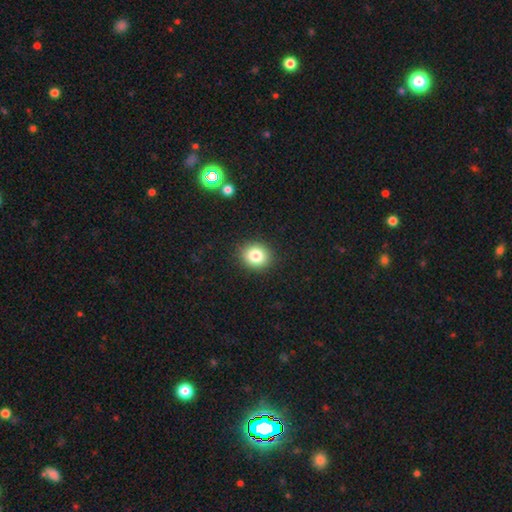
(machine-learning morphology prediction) This is clearly a smooth galaxy (82%). How rounded: clearly round (80%). Merging: clearly none (90%).